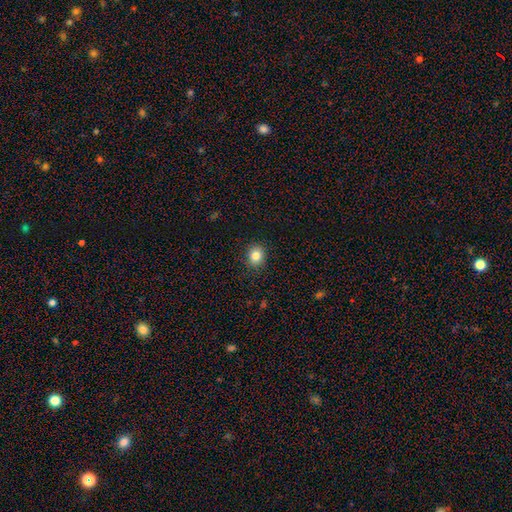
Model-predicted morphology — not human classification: This appears to be a smooth galaxy with no disk features (83%) that is round (76%). Merging: none (89%).